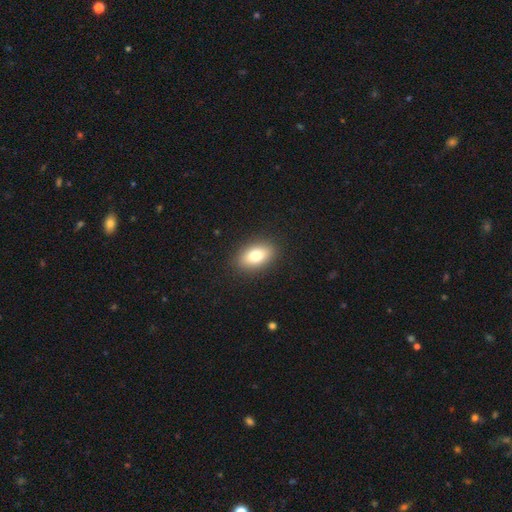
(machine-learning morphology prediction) Overall: smooth (77%). How rounded: in between (87%). Merging: none (89%).